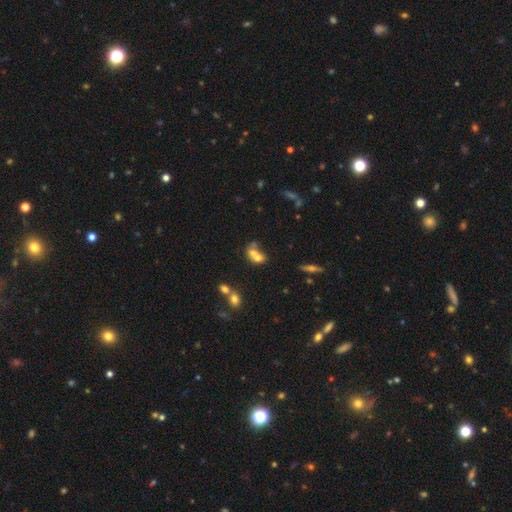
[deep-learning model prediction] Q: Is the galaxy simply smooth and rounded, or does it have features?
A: smooth — 60%.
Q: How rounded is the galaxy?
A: in between — 54%.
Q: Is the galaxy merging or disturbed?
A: merger — 65%.